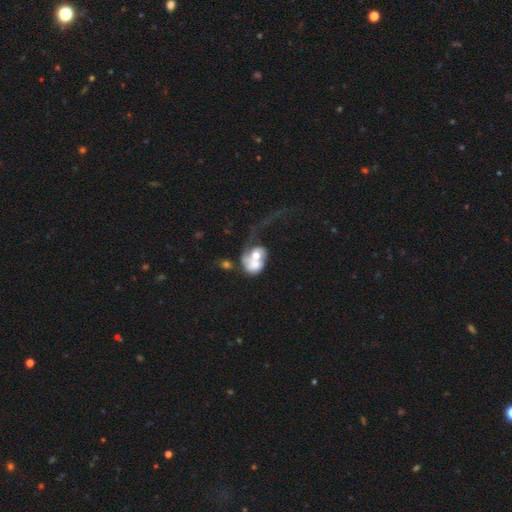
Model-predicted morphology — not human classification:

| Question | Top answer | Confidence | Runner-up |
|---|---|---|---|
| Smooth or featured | featured or disk | 47% | smooth (45%) |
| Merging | merger | 58% | major disturbance (26%) |